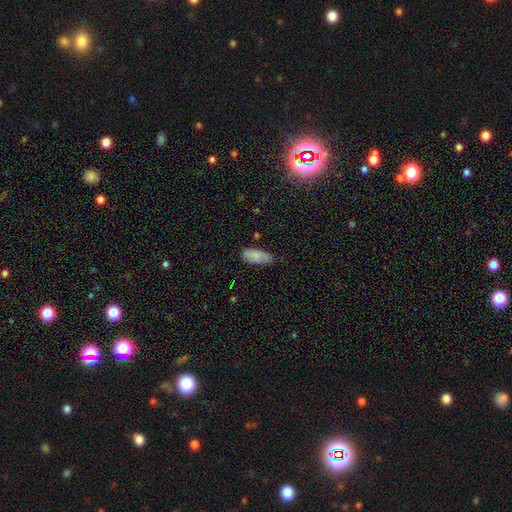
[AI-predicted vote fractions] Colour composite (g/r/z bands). It shows a smooth galaxy with no disk features (83%) that is in between round and cigar-shaped (87%). Merging: none (69%).